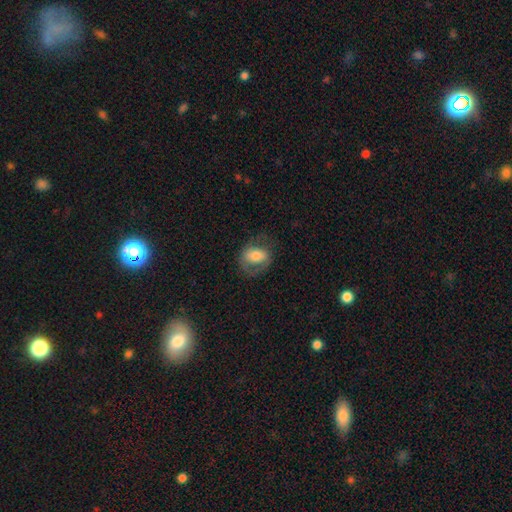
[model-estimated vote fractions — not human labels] smooth-or-featured: smooth: 60% | featured or disk: 33% | star or artifact: 7%
  how-rounded: in between: 67% | round: 31% | cigar-shaped: 1%
  merging: none: 60% | minor disturbance: 21% | major disturbance: 18% | merger: 1%